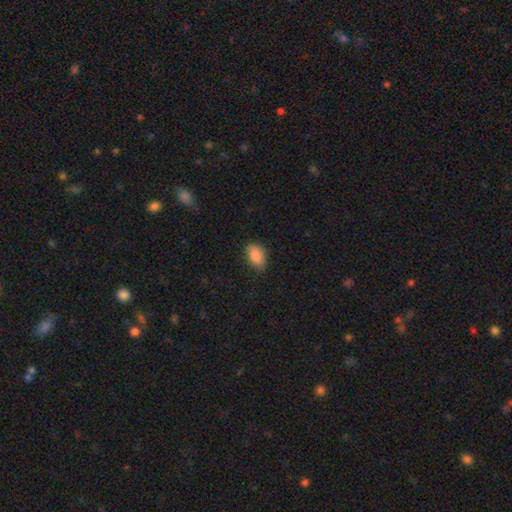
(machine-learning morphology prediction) This is clearly a smooth galaxy (88%). How rounded: clearly in between (88%). Merging: likely none (80%).